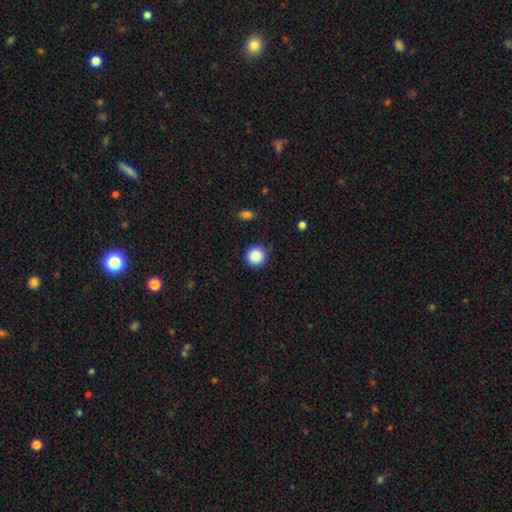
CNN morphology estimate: smooth 87%, star or artifact 9%, featured or disk 4%. Down the decision tree: how rounded — round (94%); merging — none (86%).